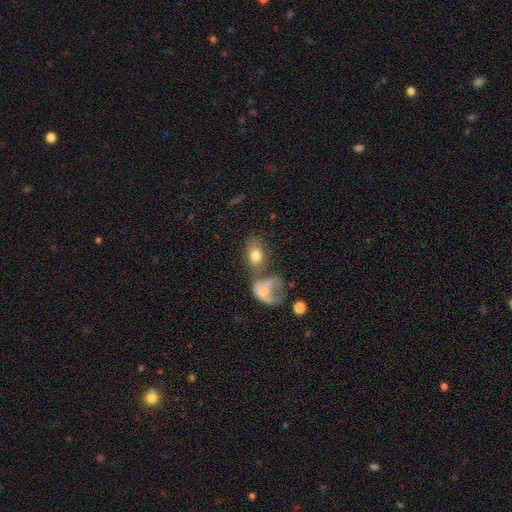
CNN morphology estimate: A smooth galaxy with no disk features (71%) that is in between round and cigar-shaped (79%). Merging: merger (42%).